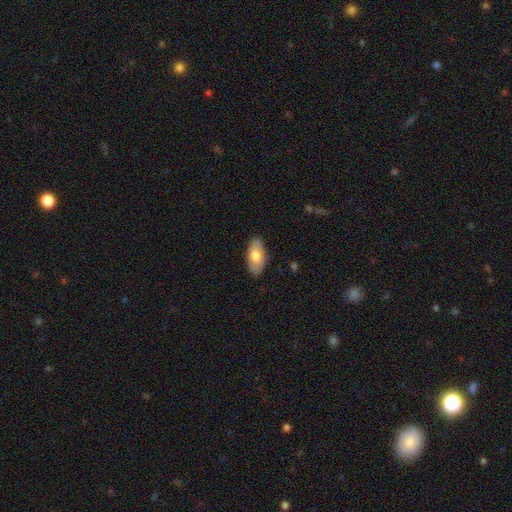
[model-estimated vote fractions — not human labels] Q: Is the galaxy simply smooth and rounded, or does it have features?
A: smooth — 69%.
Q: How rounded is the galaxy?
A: in between — 92%.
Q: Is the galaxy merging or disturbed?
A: none — 83%.